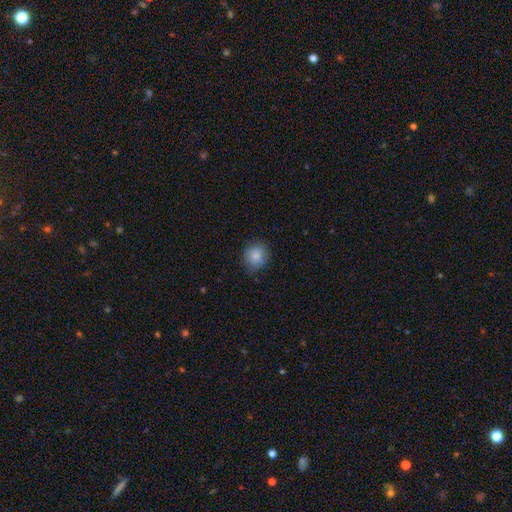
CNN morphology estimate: The model was most divided on "merging": none: 78%, minor disturbance: 18%, major disturbance: 3%, merger: 1%. More confident: smooth or featured — smooth (85%); how rounded — round (85%).